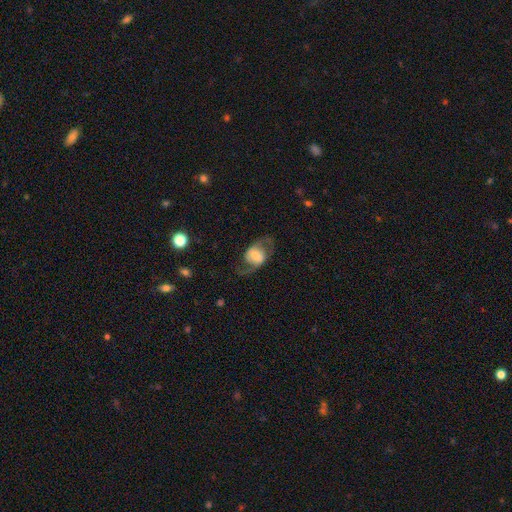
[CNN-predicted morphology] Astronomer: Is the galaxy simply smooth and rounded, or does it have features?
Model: featured or disk — 62%.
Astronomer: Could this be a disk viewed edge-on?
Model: no — 94%.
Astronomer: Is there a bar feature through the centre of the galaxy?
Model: no — 48% (runner-up: weak, 36%).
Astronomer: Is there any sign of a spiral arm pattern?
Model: yes — 82%.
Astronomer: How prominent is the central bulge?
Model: moderate — 29% (runner-up: large, 27%).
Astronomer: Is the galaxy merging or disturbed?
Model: none — 63%.